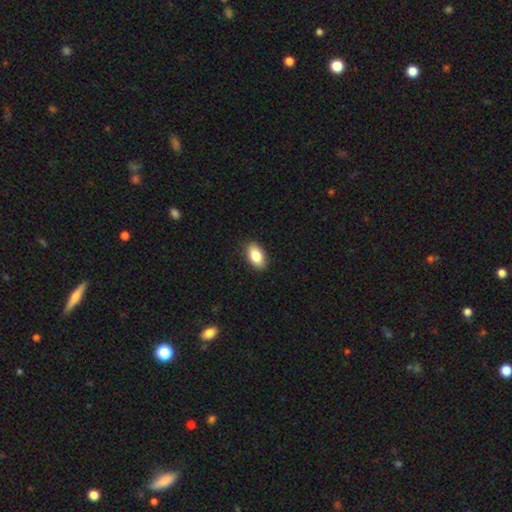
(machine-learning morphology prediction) The model was most divided on "smooth or featured": smooth: 83%, featured or disk: 10%, star or artifact: 7%. More confident: how rounded — in between (92%); merging — none (88%).